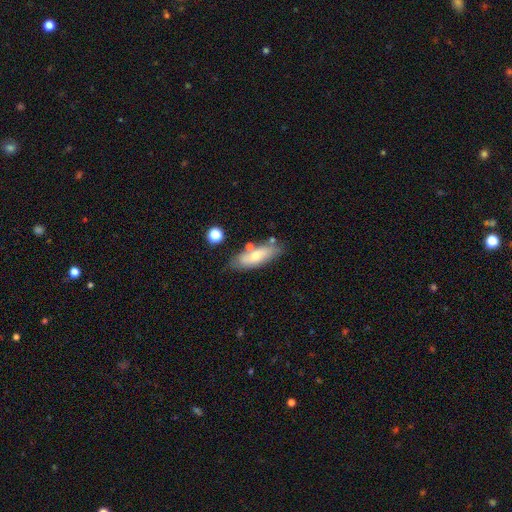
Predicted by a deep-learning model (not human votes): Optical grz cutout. It shows a smooth galaxy with no disk features (62%) that is in between round and cigar-shaped (64%). Merging: none (69%).